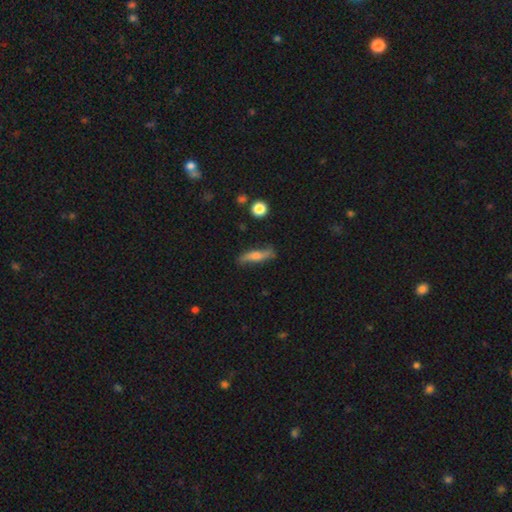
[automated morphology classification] Smooth or featured: smooth — 49% (featured or disk — 43%)
Merging: none — 68% (minor disturbance — 23%)